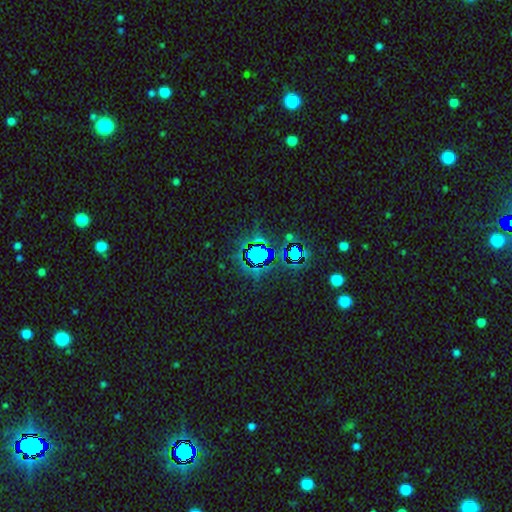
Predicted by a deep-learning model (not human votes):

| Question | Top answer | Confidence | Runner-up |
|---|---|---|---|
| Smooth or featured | star or artifact | 75% | smooth (15%) |